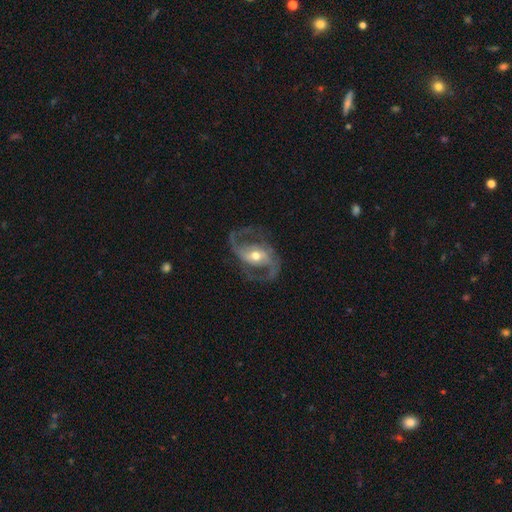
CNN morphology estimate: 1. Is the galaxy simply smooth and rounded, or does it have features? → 91% featured or disk, 5% smooth, 5% star or artifact.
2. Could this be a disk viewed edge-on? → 97% no, 3% yes.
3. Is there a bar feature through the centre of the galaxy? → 39% weak, 31% strong, 30% no.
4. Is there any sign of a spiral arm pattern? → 97% yes, 3% no.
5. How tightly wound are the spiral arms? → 55% medium, 32% loose, 13% tight.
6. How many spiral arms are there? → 92% 2, 2% can't tell, 2% 3, 1% 1, 1% 4, 1% more than 4.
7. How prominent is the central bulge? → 66% moderate, 26% small, 5% large, 1% none, 1% dominant.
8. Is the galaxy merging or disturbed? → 76% none, 14% minor disturbance, 9% major disturbance, 1% merger.